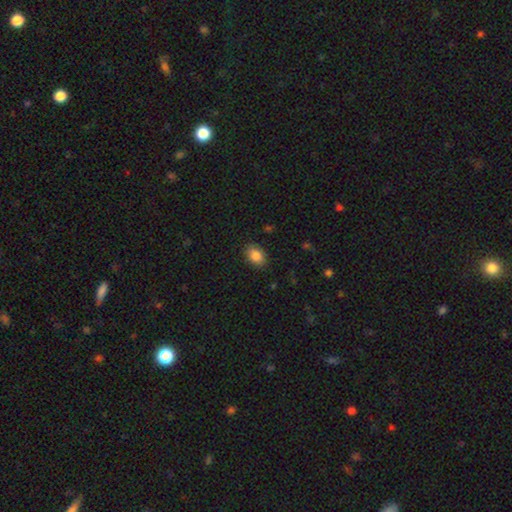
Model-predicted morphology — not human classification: A smooth galaxy with no disk features (86%) that is in between round and cigar-shaped (82%).

Vote fractions:
- Smooth or featured? smooth: 86% / star or artifact: 8% / featured or disk: 6%
- How rounded? in between: 82% / round: 17% / cigar-shaped: 1%
- Merging? none: 86% / minor disturbance: 11% / major disturbance: 2% / merger: 1%